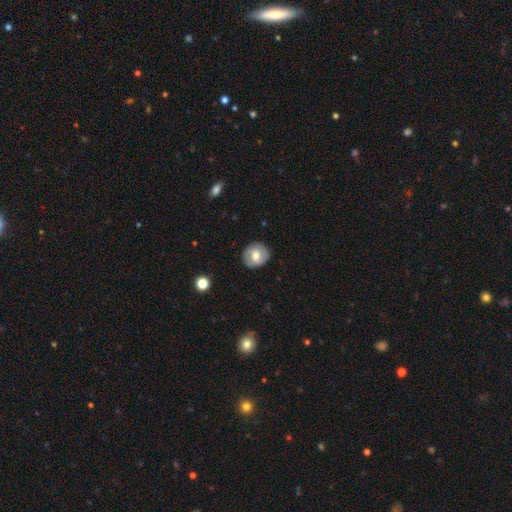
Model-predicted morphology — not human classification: Smooth or featured? smooth (53%)
How rounded? round (81%)
Merging? none (87%)